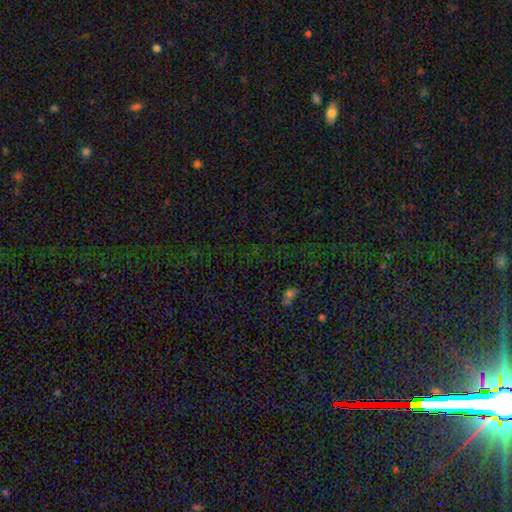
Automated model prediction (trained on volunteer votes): star or artifact 79%, smooth 13%, featured or disk 8%.